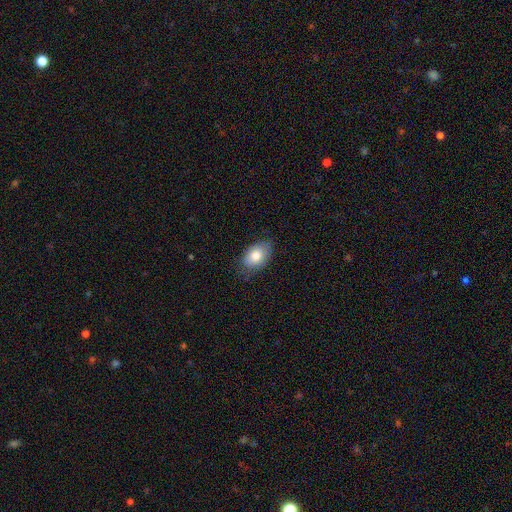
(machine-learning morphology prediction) A smooth galaxy with no disk features (78%) that is in between round and cigar-shaped (88%). Merging: none (73%).